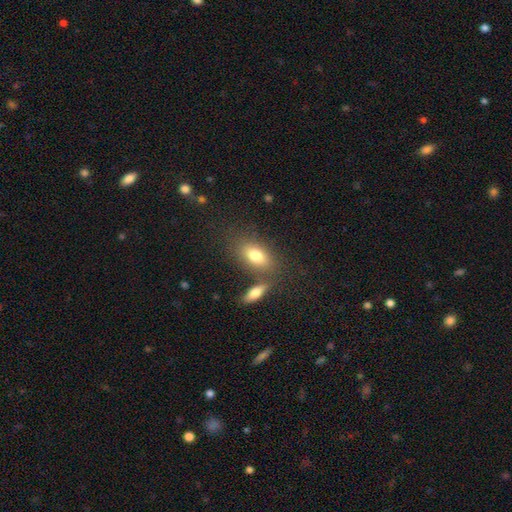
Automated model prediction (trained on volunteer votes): Smooth or featured? smooth (77%)
How rounded? in between (84%)
Merging? none (64%)